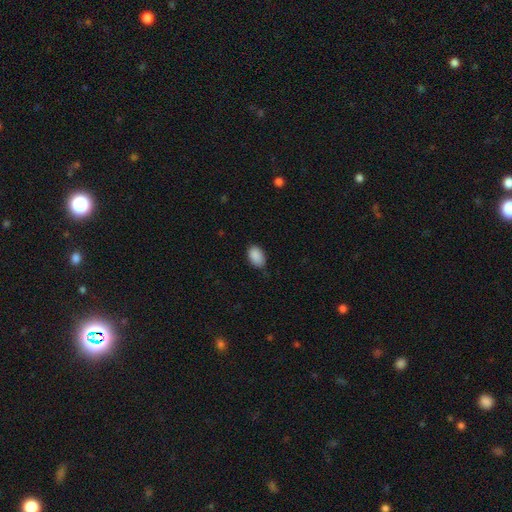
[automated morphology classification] smooth_or_featured: smooth (p=0.89) [alt: star or artifact p=0.07]
how_rounded: in between (p=0.91) [alt: round p=0.07]
merging: none (p=0.73) [alt: minor disturbance p=0.22]